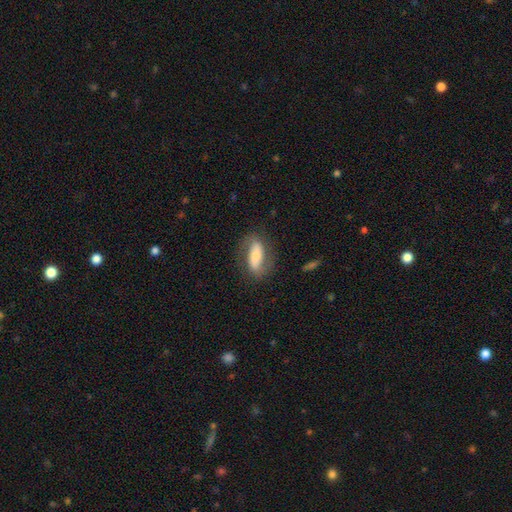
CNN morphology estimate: A smooth galaxy with no disk features (47%, tied with featured or disk). Merging: none (75%).